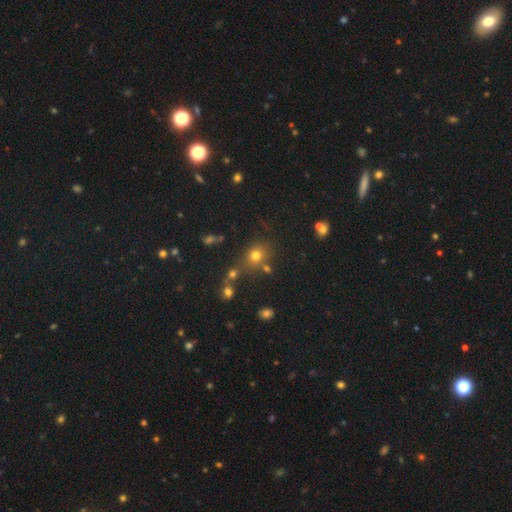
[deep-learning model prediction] smooth 71%, star or artifact 19%, featured or disk 10%. Down the decision tree: how rounded — round (67%); merging — none (64%).